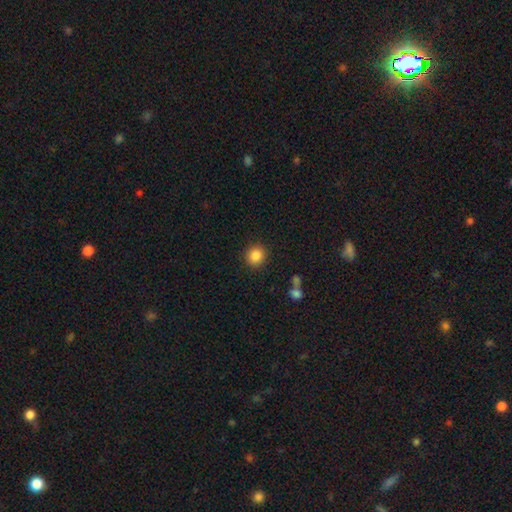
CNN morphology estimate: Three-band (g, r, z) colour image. It shows a smooth galaxy with no disk features (86%) that is round (87%). Merging: none (89%).